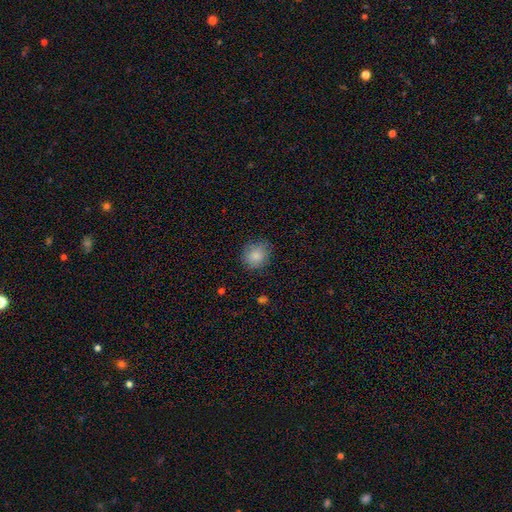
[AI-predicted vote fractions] This appears to be a smooth galaxy with no disk features (86%) that is round (83%). Merging: none (82%).